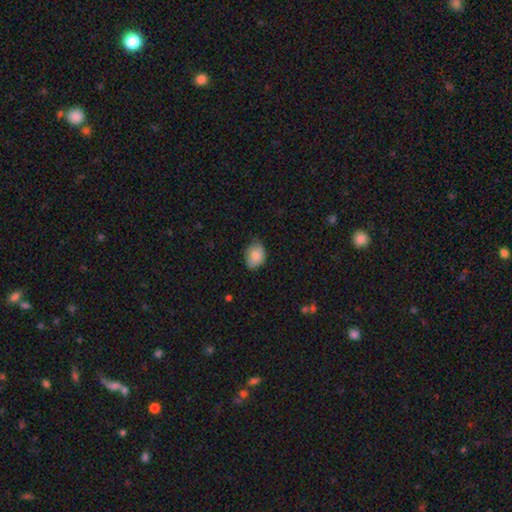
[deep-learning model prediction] The model was most divided on "merging": none: 61%, minor disturbance: 32%, major disturbance: 6%, merger: 1%. More confident: smooth or featured — smooth (78%); how rounded — in between (70%).